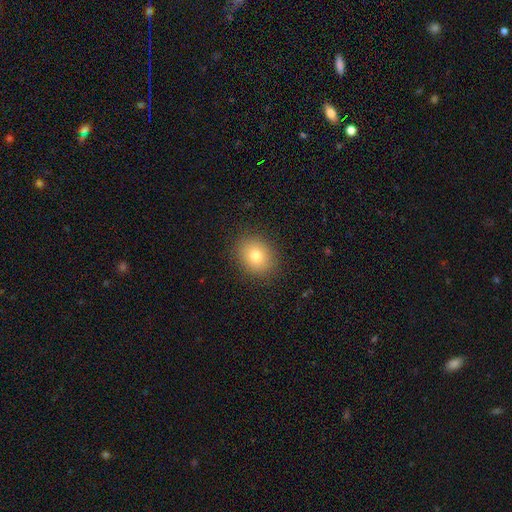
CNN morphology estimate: smooth 78%, star or artifact 12%, featured or disk 11%. Down the decision tree: how rounded — round (58%); merging — none (89%).